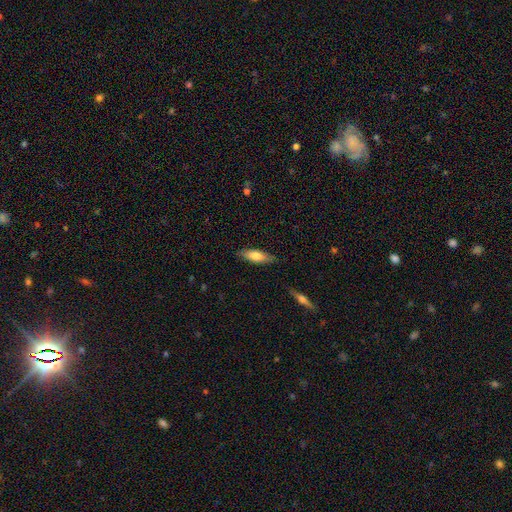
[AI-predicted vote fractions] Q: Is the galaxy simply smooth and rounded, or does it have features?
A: smooth — 73%.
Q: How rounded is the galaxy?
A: in between — 52%.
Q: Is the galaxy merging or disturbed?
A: none — 84%.